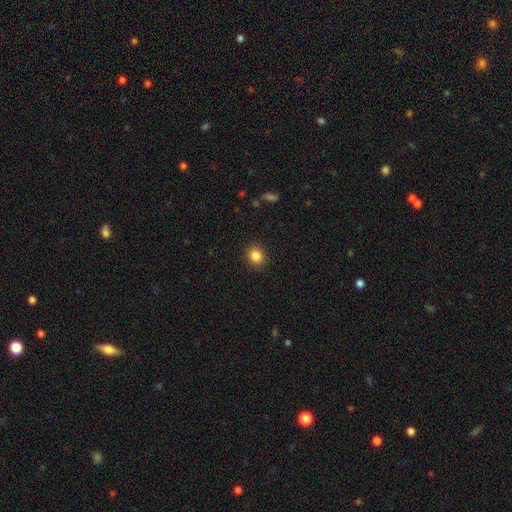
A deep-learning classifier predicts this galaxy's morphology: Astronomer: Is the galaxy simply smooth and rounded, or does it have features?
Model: smooth — 85%.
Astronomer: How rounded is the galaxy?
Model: round — 78%.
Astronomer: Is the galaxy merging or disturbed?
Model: none — 90%.